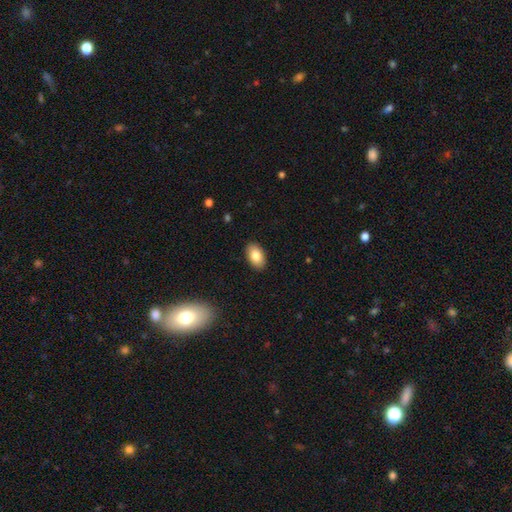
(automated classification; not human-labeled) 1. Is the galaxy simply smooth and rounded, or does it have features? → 83% smooth, 9% featured or disk, 7% star or artifact.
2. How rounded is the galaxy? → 93% in between, 6% round, 1% cigar-shaped.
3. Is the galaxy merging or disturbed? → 90% none, 8% minor disturbance, 2% major disturbance, 1% merger.